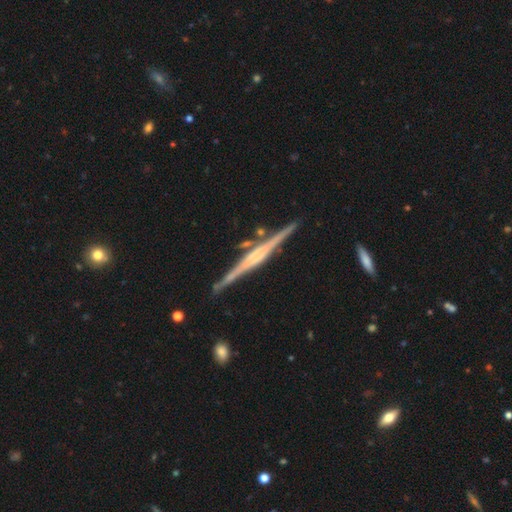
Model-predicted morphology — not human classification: This appears to be a featured or disk galaxy (84%) viewed edge-on (98%) with a boxy central bulge (40%). Merging: none (86%).